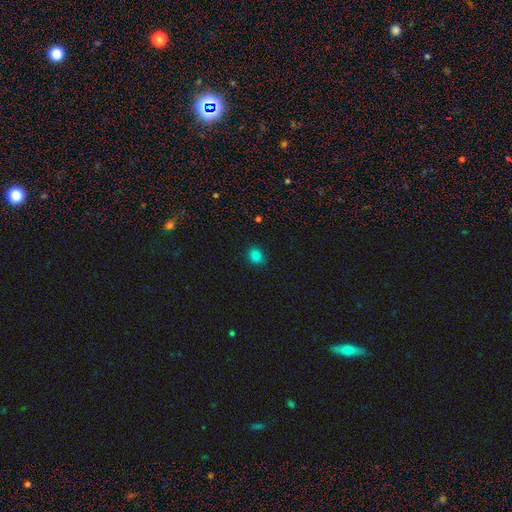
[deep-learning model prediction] smooth_or_featured: smooth (p=0.81) [alt: star or artifact p=0.16]
how_rounded: round (p=0.58) [alt: in between p=0.41]
merging: none (p=0.84) [alt: minor disturbance p=0.12]